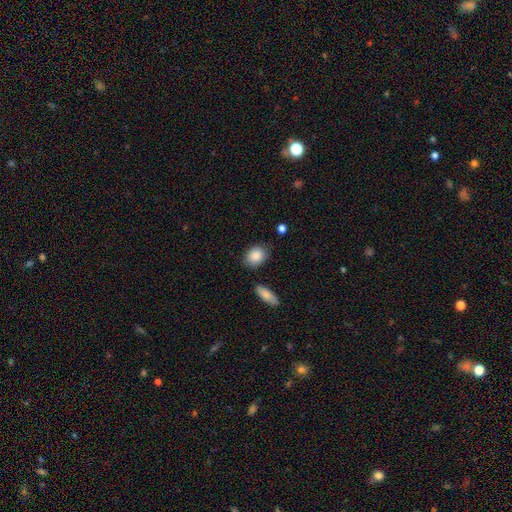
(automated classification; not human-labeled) Q: Smooth or featured?
A: smooth (88%); runner-up: star or artifact (7%)
Q: How rounded?
A: in between (66%); runner-up: round (32%)
Q: Merging?
A: none (77%); runner-up: minor disturbance (16%)